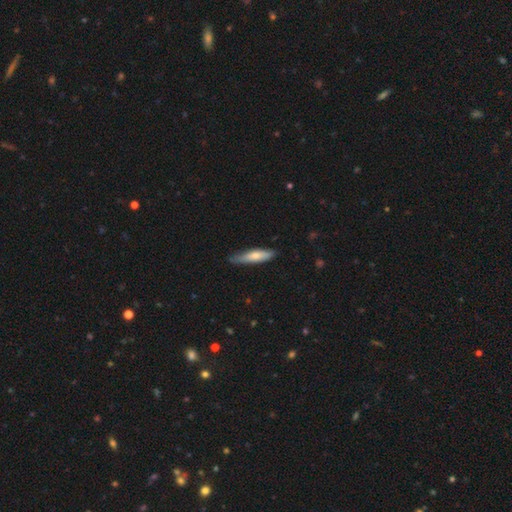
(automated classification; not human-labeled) smooth 66%, featured or disk 29%, star or artifact 5%. Down the decision tree: how rounded — cigar-shaped (77%); merging — none (71%).